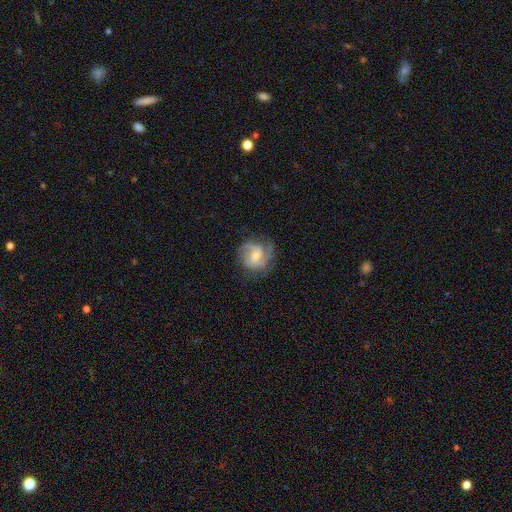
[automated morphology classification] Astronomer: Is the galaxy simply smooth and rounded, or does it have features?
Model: featured or disk — 78%.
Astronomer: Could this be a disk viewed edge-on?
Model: no — 98%.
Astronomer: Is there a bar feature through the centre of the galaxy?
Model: weak — 48% (runner-up: no, 43%).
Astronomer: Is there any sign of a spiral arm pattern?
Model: yes — 95%.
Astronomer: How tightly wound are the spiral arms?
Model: medium — 49% (runner-up: tight, 30%).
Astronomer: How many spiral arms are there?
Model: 2 — 58%.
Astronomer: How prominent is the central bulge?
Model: small — 45% (runner-up: moderate, 43%).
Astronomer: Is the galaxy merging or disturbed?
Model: none — 68%.